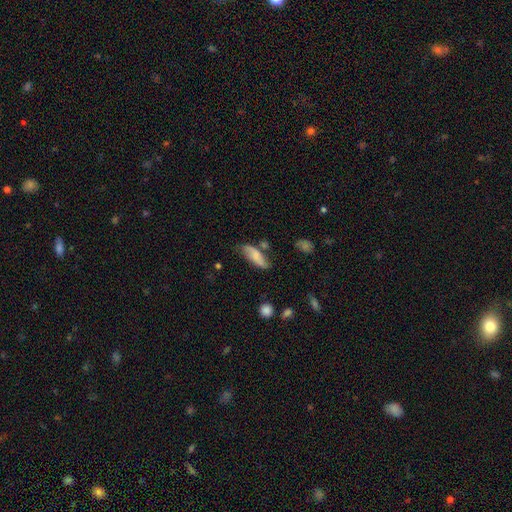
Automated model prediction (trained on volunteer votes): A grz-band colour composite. It shows a smooth galaxy with no disk features (61%) that is in between round and cigar-shaped (66%). Merging: none (62%).